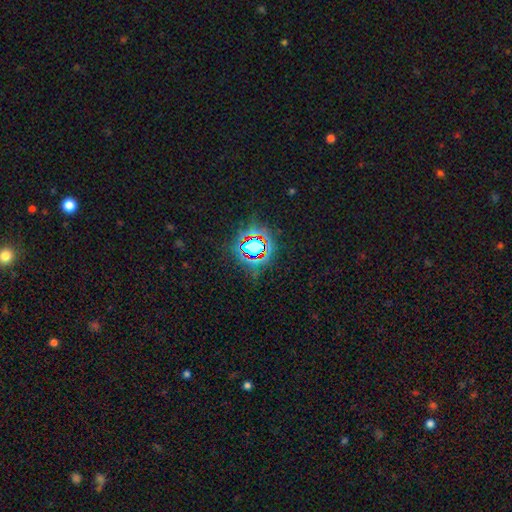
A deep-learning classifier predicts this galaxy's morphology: Smooth or featured?
  - star or artifact: 78% *
  - smooth: 13%
  - featured or disk: 9%